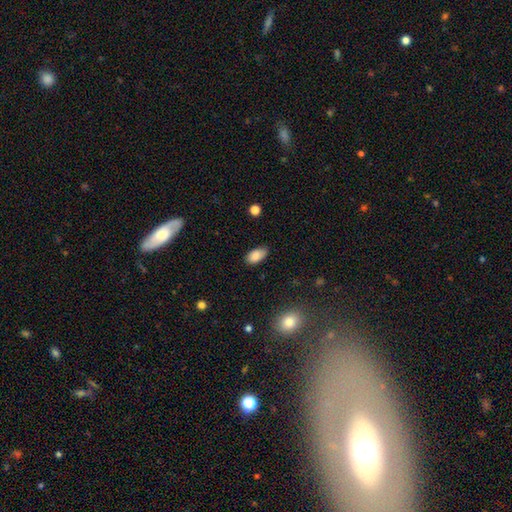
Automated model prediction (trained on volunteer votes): This is clearly a smooth galaxy (86%). How rounded: clearly in between (93%). Merging: likely none (75%).